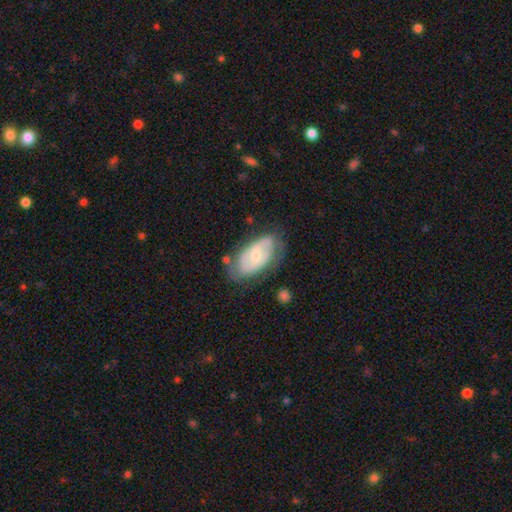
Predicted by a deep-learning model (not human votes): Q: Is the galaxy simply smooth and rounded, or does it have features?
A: featured or disk — 61%.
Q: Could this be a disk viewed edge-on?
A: no — 94%.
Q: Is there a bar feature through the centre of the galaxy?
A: weak — 44%.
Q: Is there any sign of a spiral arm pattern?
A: yes — 74%.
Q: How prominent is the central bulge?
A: small — 53%.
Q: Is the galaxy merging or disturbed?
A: none — 64%.